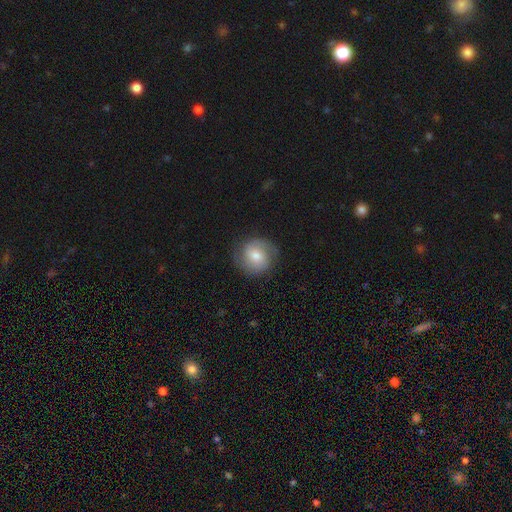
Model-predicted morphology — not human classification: Overall: featured or disk (49%; smooth 43%). Merging: none (81%).